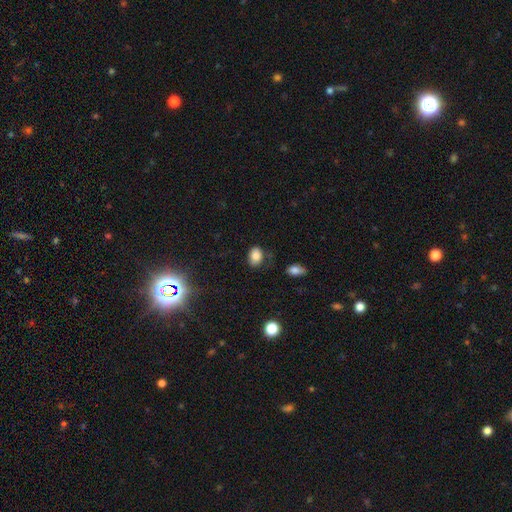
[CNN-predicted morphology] Smooth or featured: smooth — 82% (star or artifact — 10%)
How rounded: in between — 75% (round — 24%)
Merging: none — 67% (minor disturbance — 23%)